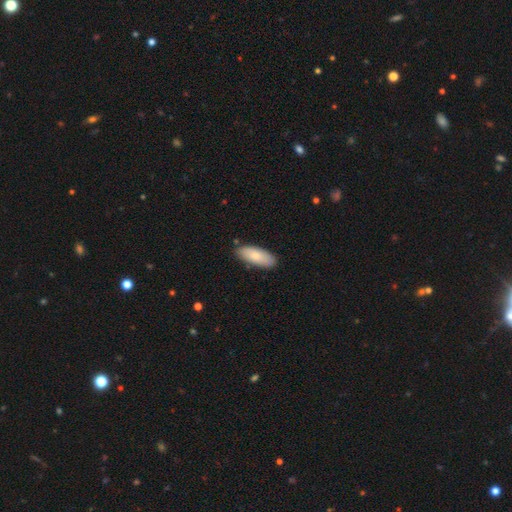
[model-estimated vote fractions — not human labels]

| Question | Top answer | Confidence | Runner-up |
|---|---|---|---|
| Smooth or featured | smooth | 82% | featured or disk (12%) |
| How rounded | in between | 81% | cigar-shaped (17%) |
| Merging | none | 82% | minor disturbance (14%) |